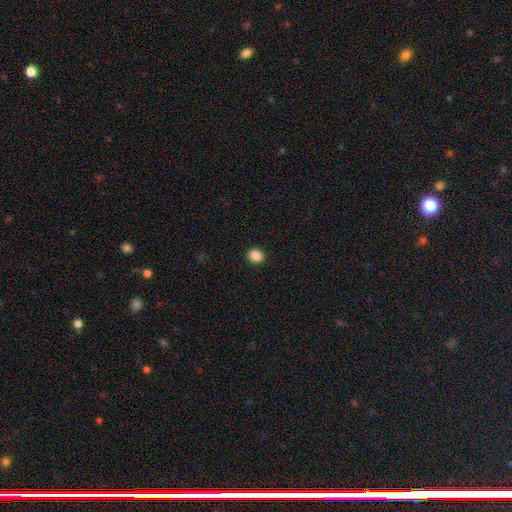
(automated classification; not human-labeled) A smooth galaxy with no disk features (87%) that is round (76%).

Vote fractions:
- Smooth or featured? smooth: 87% / star or artifact: 10% / featured or disk: 3%
- How rounded? round: 76% / in between: 24% / cigar-shaped: 1%
- Merging? none: 92% / minor disturbance: 5% / major disturbance: 2% / merger: 1%